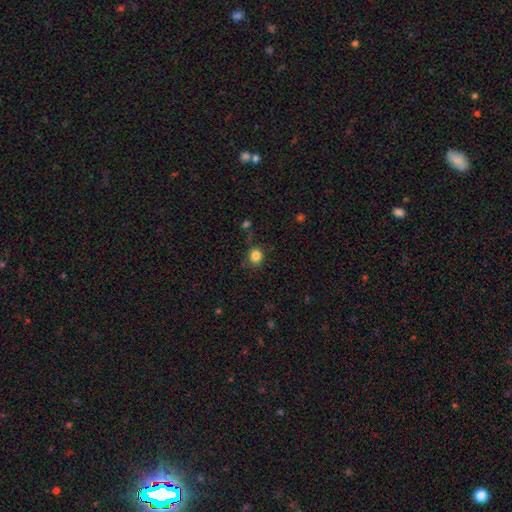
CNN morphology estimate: Smooth or featured: smooth — 84% (star or artifact — 11%)
How rounded: round — 73% (in between — 26%)
Merging: none — 80% (minor disturbance — 13%)